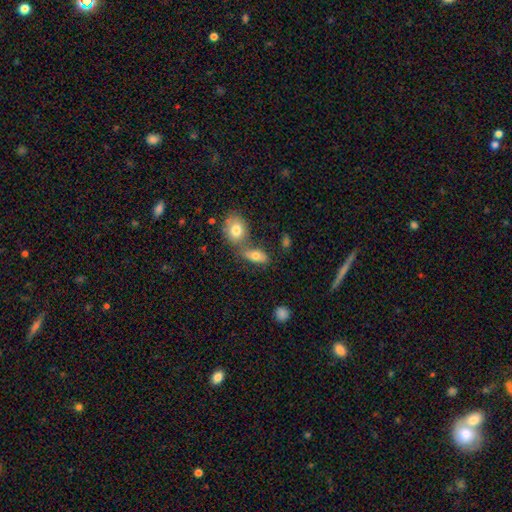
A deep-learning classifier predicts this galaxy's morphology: smooth-or-featured: smooth: 75% | featured or disk: 15% | star or artifact: 10%
  how-rounded: in between: 84% | round: 10% | cigar-shaped: 6%
  merging: none: 42% (tied) | merger: 42% (tied) | minor disturbance: 11% | major disturbance: 5%